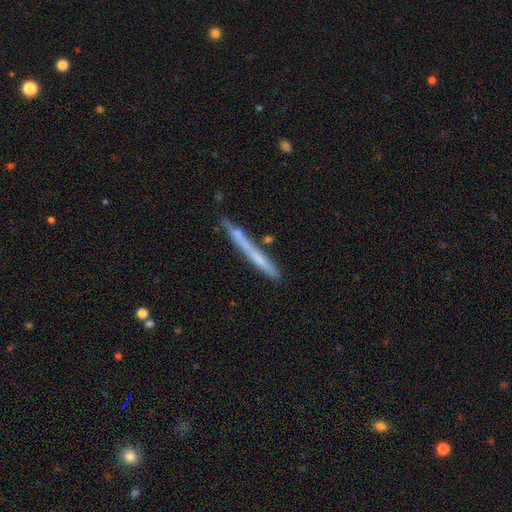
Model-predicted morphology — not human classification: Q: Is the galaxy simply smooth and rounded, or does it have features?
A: smooth — 49%.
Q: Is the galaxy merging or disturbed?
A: none — 72%.